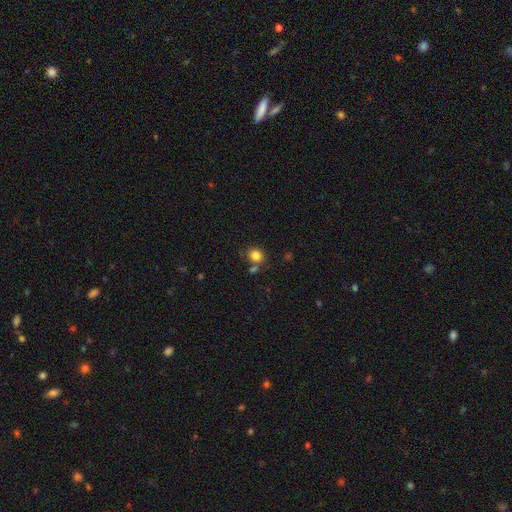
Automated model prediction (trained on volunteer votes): Smooth or featured? Predicted: smooth (p=0.83). How rounded? Predicted: round (p=0.78). Merging? Predicted: none (p=0.70).